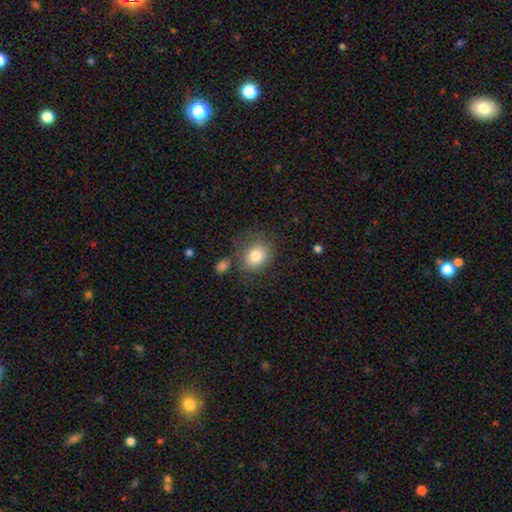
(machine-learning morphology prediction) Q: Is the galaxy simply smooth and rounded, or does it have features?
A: smooth — 80%.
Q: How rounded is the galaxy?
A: round — 65%.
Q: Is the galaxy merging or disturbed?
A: none — 65%.